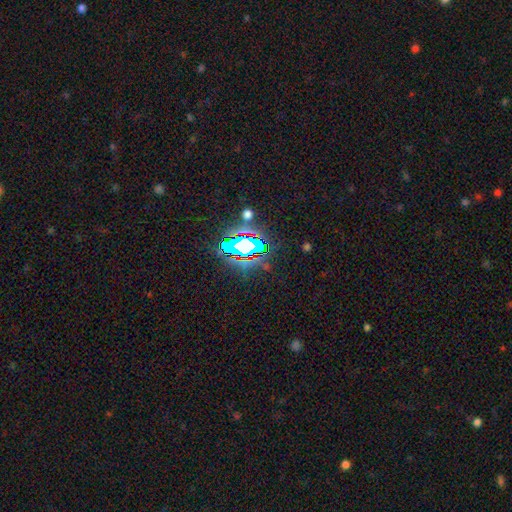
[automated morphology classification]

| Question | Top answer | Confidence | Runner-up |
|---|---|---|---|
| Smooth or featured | star or artifact | 82% | smooth (11%) |